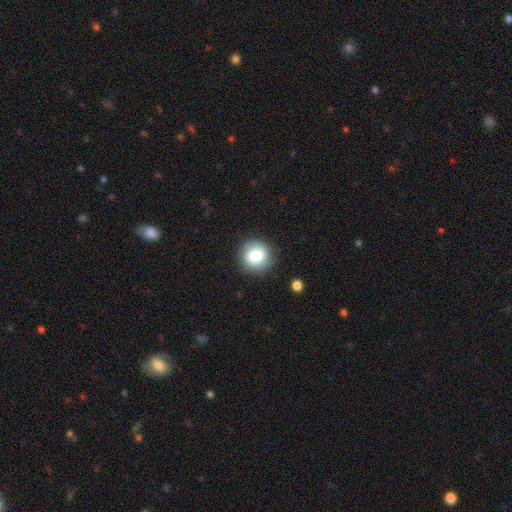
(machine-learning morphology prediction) This is likely a smooth galaxy (72%). How rounded: clearly round (86%). Merging: clearly none (81%).